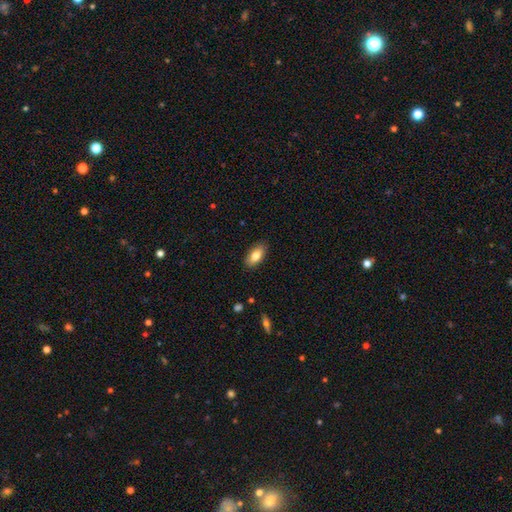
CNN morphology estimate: Q: Smooth or featured?
A: smooth (81%); runner-up: featured or disk (12%)
Q: How rounded?
A: in between (90%); runner-up: cigar-shaped (7%)
Q: Merging?
A: none (87%); runner-up: minor disturbance (10%)